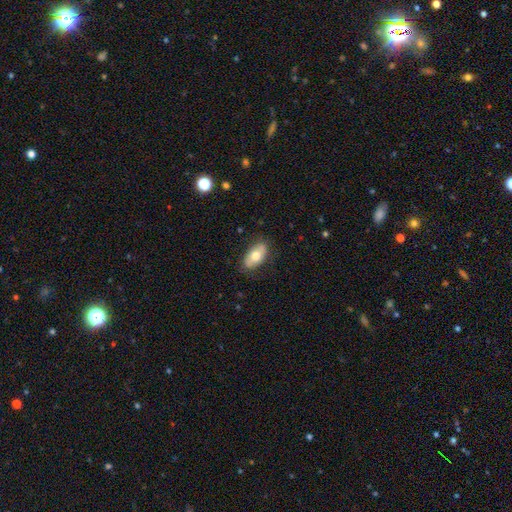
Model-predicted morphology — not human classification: type=smooth (68%); roundness=in between (92%); merging=none (80%).